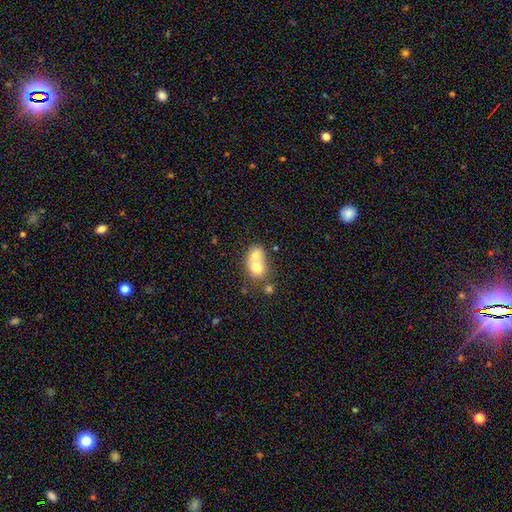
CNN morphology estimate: type=smooth (68%); roundness=round (57%); merging=merger (72%).